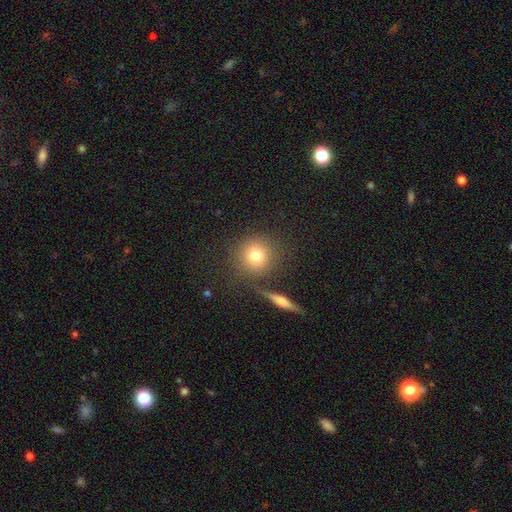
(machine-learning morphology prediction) smooth_or_featured: smooth (p=0.76) [alt: star or artifact p=0.12]
how_rounded: round (p=0.91) [alt: in between p=0.08]
merging: none (p=0.80) [alt: minor disturbance p=0.09]